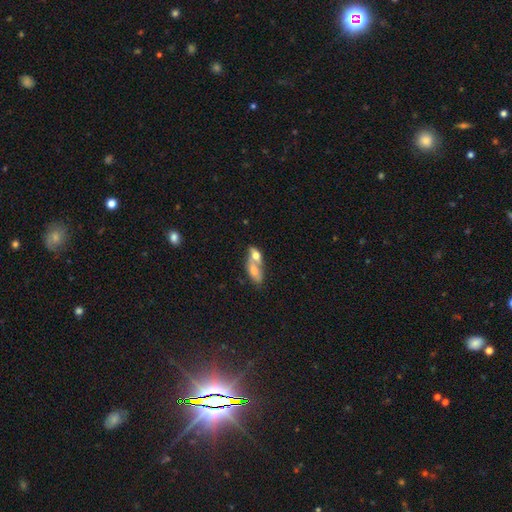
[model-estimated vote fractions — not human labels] The model was most divided on "smooth or featured": smooth: 62%, featured or disk: 30%, star or artifact: 8%. More confident: how rounded — in between (79%); merging — merger (74%).